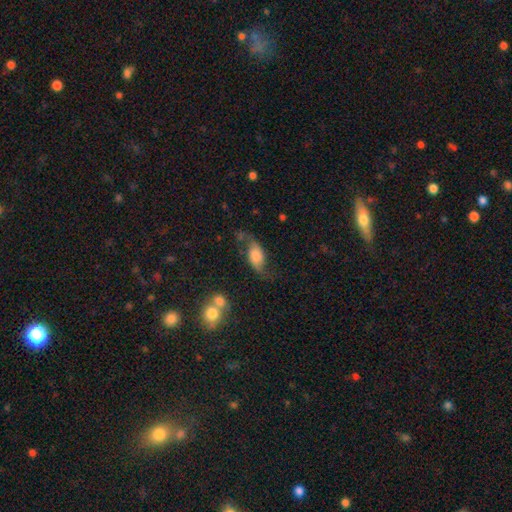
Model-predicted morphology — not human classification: smooth_or_featured: featured or disk (p=0.56) [alt: smooth p=0.35]
disk_edge_on: no (p=0.91) [alt: yes p=0.09]
bar: no (p=0.62) [alt: weak p=0.29]
has_spiral_arms: yes (p=0.88) [alt: no p=0.12]
bulge_size: moderate (p=0.37) [alt: large p=0.26]
merging: none (p=0.56) [alt: minor disturbance p=0.23]